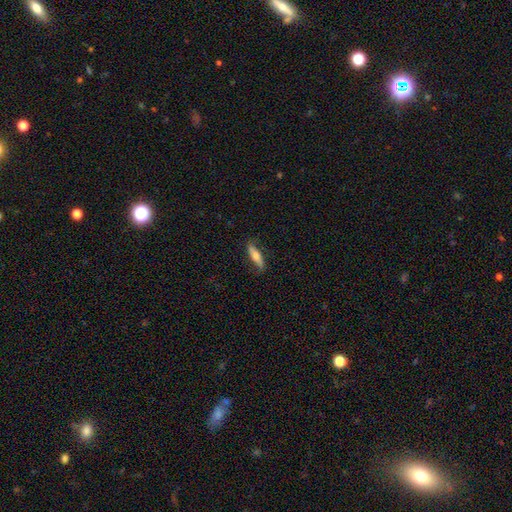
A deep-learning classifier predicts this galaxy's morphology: smooth 57%, featured or disk 37%, star or artifact 6%. Down the decision tree: how rounded — cigar-shaped (63%); merging — none (77%).